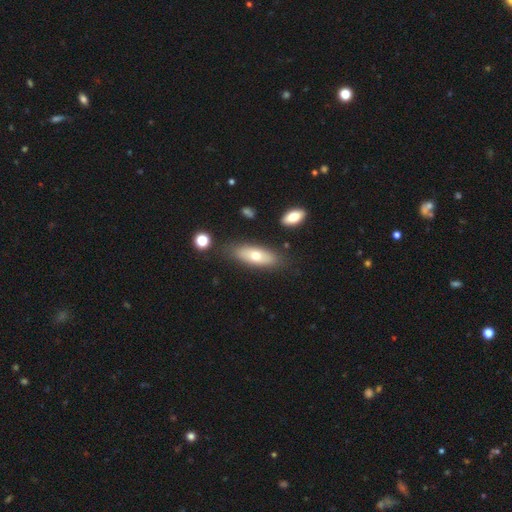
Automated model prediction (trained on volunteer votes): This appears to be a smooth galaxy with no disk features (64%) that is in between round and cigar-shaped (64%). Merging: none (80%).